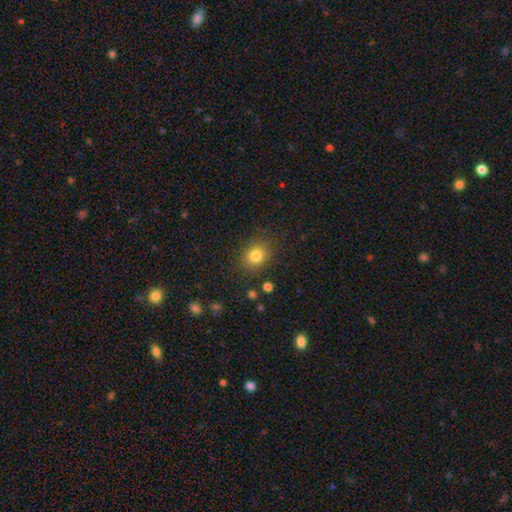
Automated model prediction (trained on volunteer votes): smooth-or-featured: smooth: 81% | star or artifact: 12% | featured or disk: 7%
  how-rounded: round: 64% | in between: 35% | cigar-shaped: 1%
  merging: none: 83% | minor disturbance: 11% | major disturbance: 4% | merger: 2%